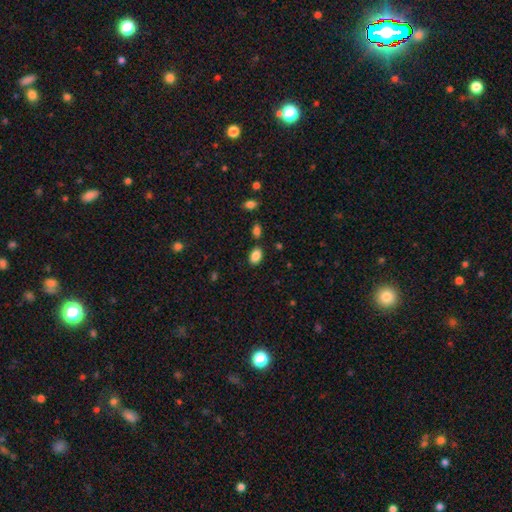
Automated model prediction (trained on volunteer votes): smooth 87%, star or artifact 9%, featured or disk 4%. Down the decision tree: how rounded — in between (87%); merging — none (81%).